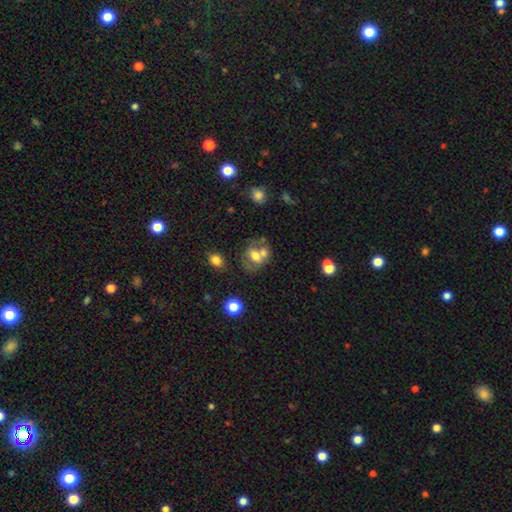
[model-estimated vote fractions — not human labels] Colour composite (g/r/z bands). It shows a smooth galaxy with no disk features (57%) that is in between round and cigar-shaped (56%). Merging: merger (43%).